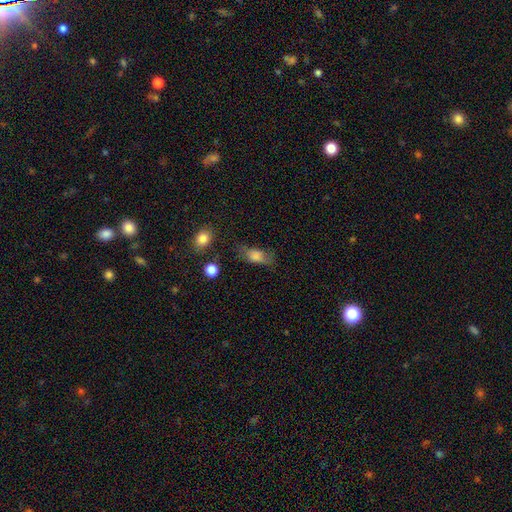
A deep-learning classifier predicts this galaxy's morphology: Smooth or featured? Predicted: smooth (p=0.71). How rounded? Predicted: in between (p=0.77). Merging? Predicted: none (p=0.58).